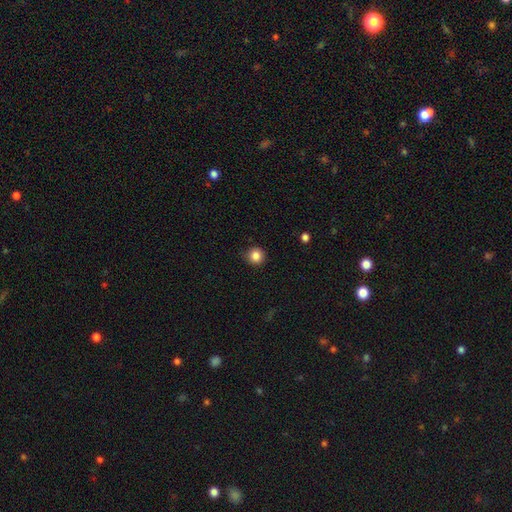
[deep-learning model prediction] Smooth or featured? Predicted: smooth (p=0.85). How rounded? Predicted: round (p=0.93). Merging? Predicted: none (p=0.85).